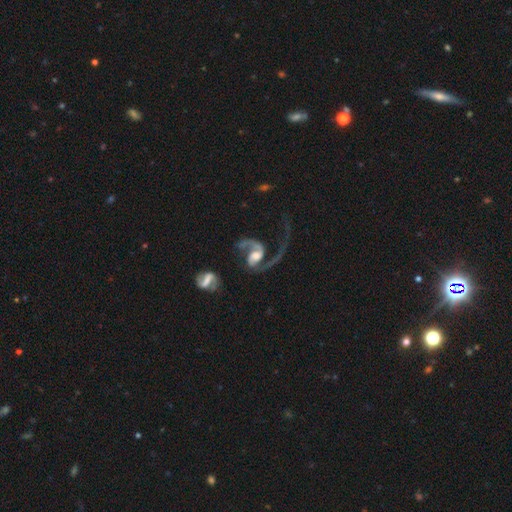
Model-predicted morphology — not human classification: A featured or disk galaxy (89%) with a weak bar (41%), 2 (76%) loose (55%) spiral arms (96%) and a moderate central bulge (44%). Merging: major disturbance (46%).